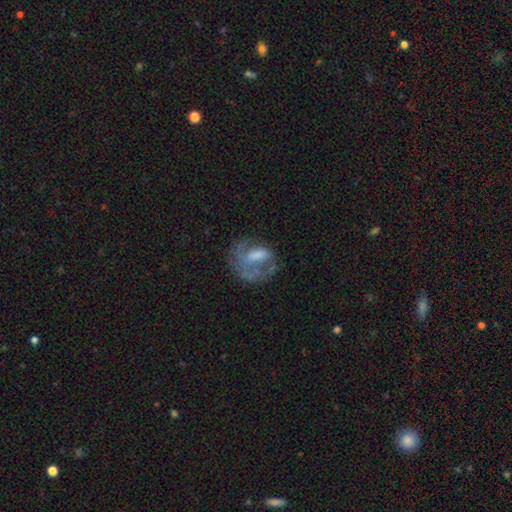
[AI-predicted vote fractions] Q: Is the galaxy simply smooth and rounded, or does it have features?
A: featured or disk — 58%.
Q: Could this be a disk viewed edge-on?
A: no — 96%.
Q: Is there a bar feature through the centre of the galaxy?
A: no — 46%.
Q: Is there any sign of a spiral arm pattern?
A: yes — 57%.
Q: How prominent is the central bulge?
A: moderate — 34%.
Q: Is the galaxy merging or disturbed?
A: none — 44%.